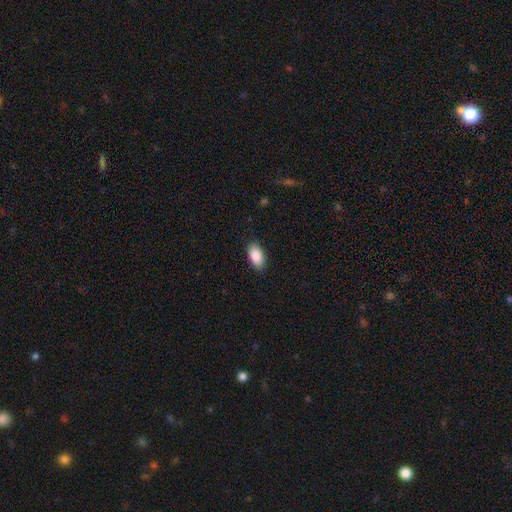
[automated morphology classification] Smooth or featured? Predicted: smooth (p=0.89). How rounded? Predicted: in between (p=0.94). Merging? Predicted: none (p=0.88).